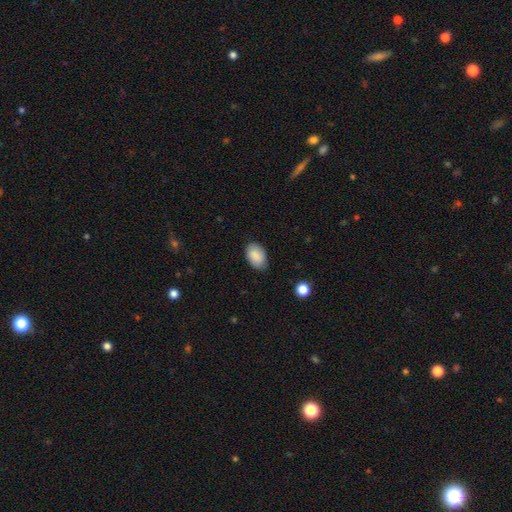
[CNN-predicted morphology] Smooth or featured? Predicted: smooth (p=0.88). How rounded? Predicted: in between (p=0.90). Merging? Predicted: none (p=0.82).